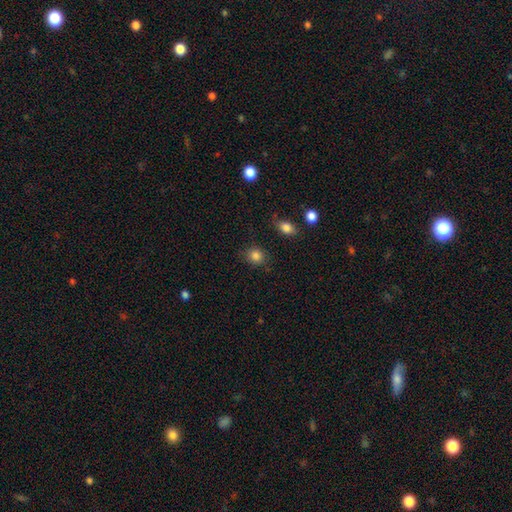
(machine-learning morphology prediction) type=smooth (85%); roundness=round (79%); merging=none (83%).